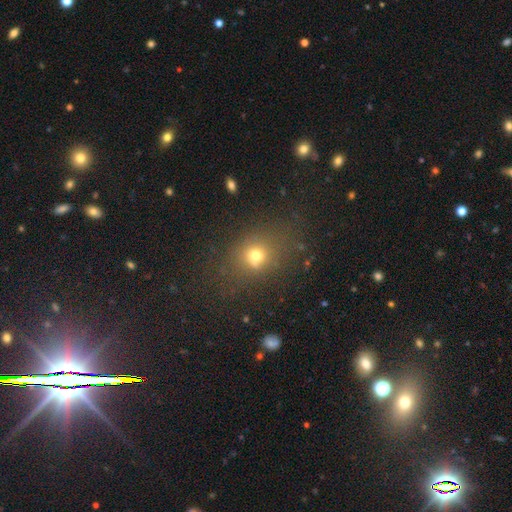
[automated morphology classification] smooth-or-featured: smooth: 67% | star or artifact: 21% | featured or disk: 12%
  how-rounded: round: 62% | in between: 36% | cigar-shaped: 2%
  merging: none: 69% | minor disturbance: 15% | major disturbance: 11% | merger: 5%